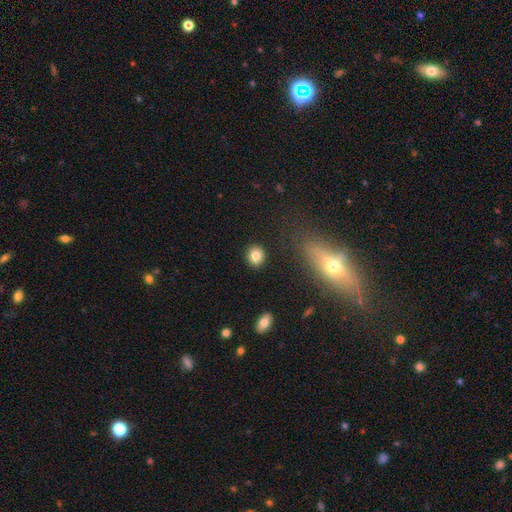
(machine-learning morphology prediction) smooth-or-featured: smooth: 83% | star or artifact: 10% | featured or disk: 7%
  how-rounded: round: 80% | in between: 19% | cigar-shaped: 1%
  merging: none: 90% | minor disturbance: 6% | major disturbance: 2% | merger: 2%